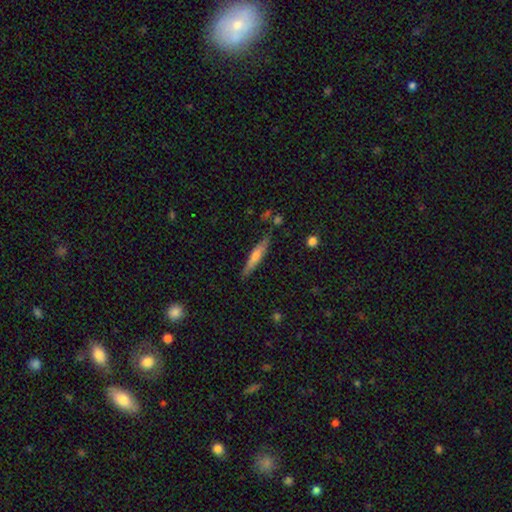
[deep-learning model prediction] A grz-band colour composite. It shows a smooth galaxy with no disk features (47%, tied with featured or disk). Merging: none (84%).